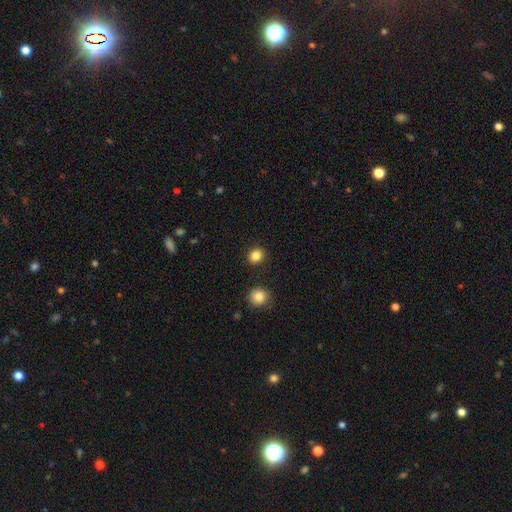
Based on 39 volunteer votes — Smooth or featured: smooth — 82% (star or artifact — 10%)
How rounded: round — 75% (in between — 22%)
Merging: none — 89% (minor disturbance — 9%)